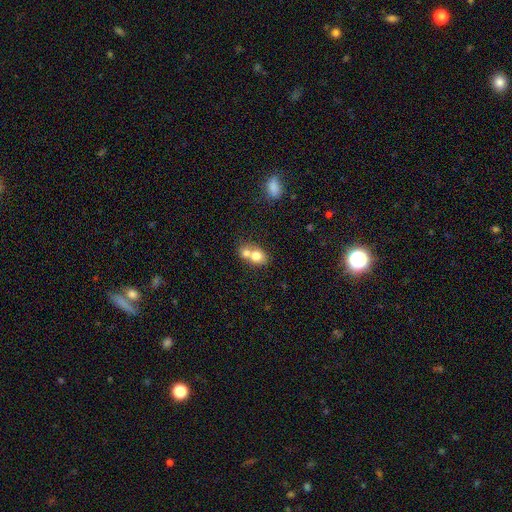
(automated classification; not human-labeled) smooth 74%, featured or disk 17%, star or artifact 9%. Down the decision tree: how rounded — round (55%); merging — merger (66%).